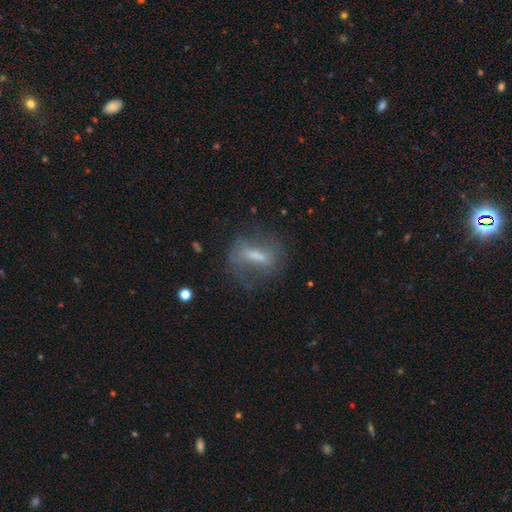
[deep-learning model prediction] smooth_or_featured: featured or disk (p=0.47) [alt: smooth p=0.41]
merging: none (p=0.57) [alt: minor disturbance p=0.21]